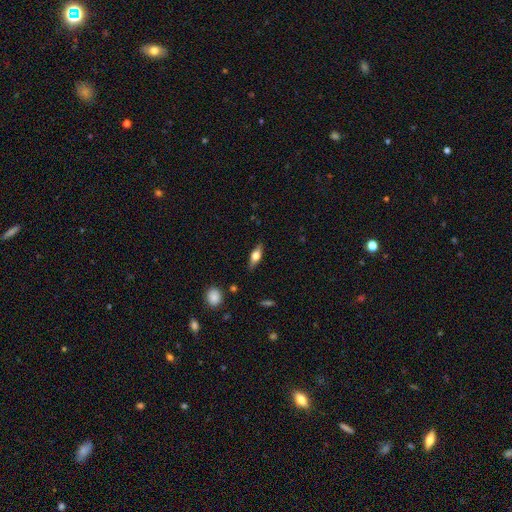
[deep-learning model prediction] smooth-or-featured: smooth: 51% | featured or disk: 42% | star or artifact: 7%
  how-rounded: in between: 63% | cigar-shaped: 32% | round: 5%
  merging: none: 84% | minor disturbance: 12% | major disturbance: 3% | merger: 1%